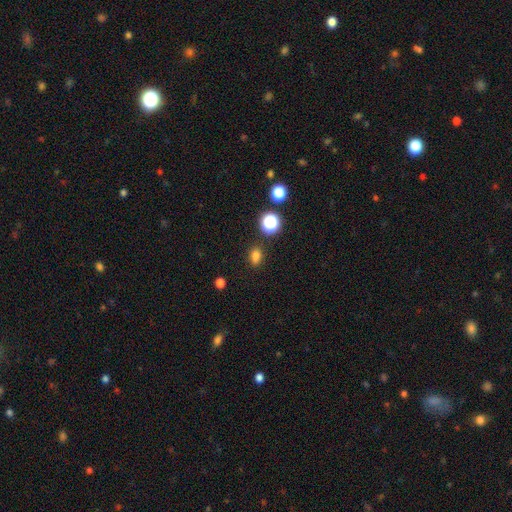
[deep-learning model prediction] A smooth galaxy with no disk features (78%) that is in between round and cigar-shaped (68%). Merging: none (82%).